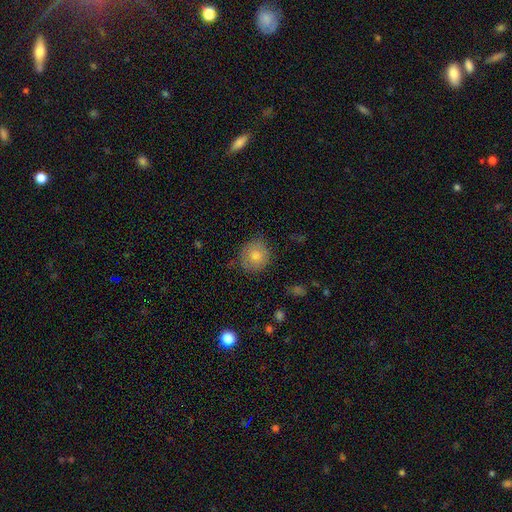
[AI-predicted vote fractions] smooth_or_featured: smooth (p=0.76) [alt: featured or disk p=0.15]
how_rounded: round (p=0.83) [alt: in between p=0.16]
merging: none (p=0.80) [alt: minor disturbance p=0.16]